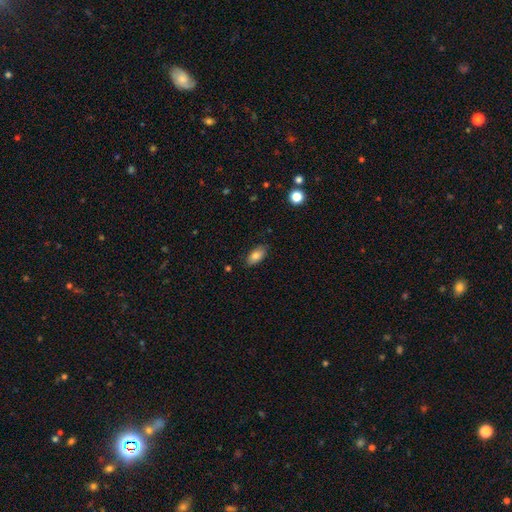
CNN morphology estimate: This is clearly a smooth galaxy (82%). How rounded: clearly in between (91%). Merging: clearly none (84%).